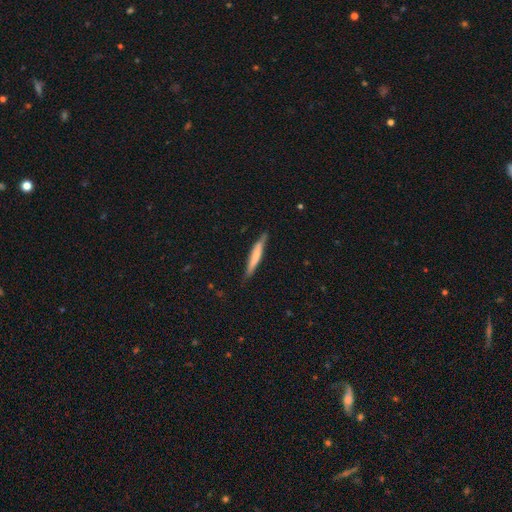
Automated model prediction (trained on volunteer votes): Smooth or featured: smooth — 59% (featured or disk — 35%)
How rounded: cigar-shaped — 94% (in between — 5%)
Merging: none — 80% (minor disturbance — 16%)